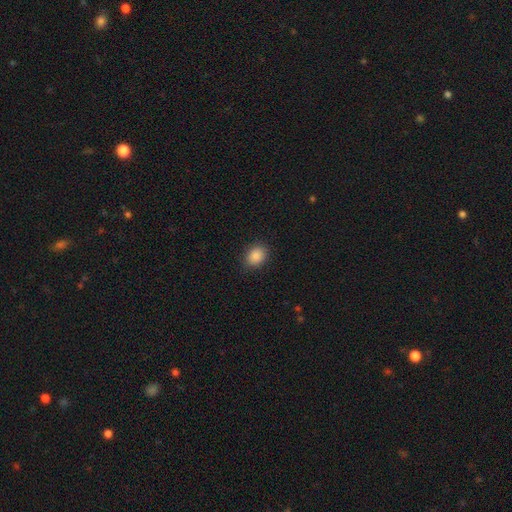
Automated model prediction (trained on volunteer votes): Q: Smooth or featured?
A: smooth (87%); runner-up: star or artifact (10%)
Q: How rounded?
A: in between (54%); runner-up: round (45%)
Q: Merging?
A: none (88%); runner-up: minor disturbance (9%)